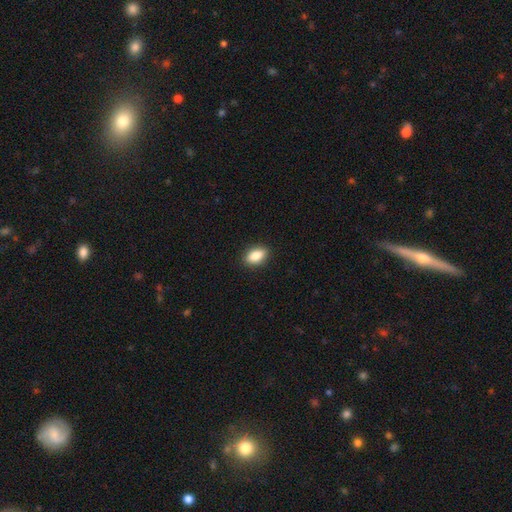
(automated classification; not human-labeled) Smooth or featured? Predicted: smooth (p=0.84). How rounded? Predicted: in between (p=0.85). Merging? Predicted: none (p=0.89).